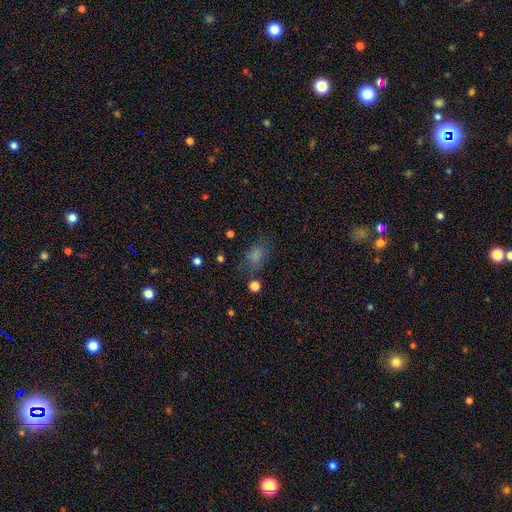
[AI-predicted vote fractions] smooth 76%, star or artifact 15%, featured or disk 9%. Down the decision tree: how rounded — in between (78%); merging — none (64%).